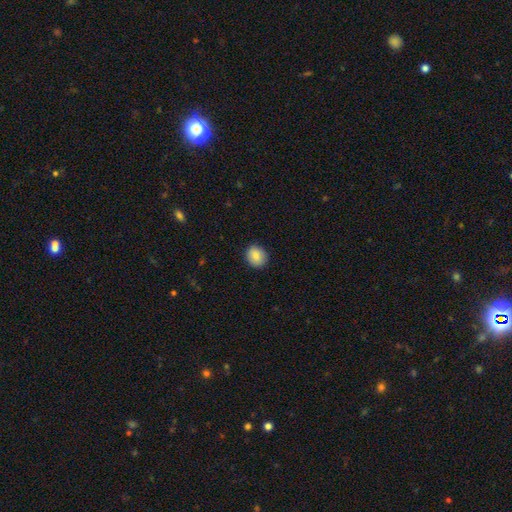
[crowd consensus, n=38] smooth-or-featured: smooth: 84% | featured or disk: 13% | star or artifact: 3%
  how-rounded: round: 62% | in between: 38% | cigar-shaped: 0%
  merging: none: 84% | minor disturbance: 16% | major disturbance: 0% | merger: 0%